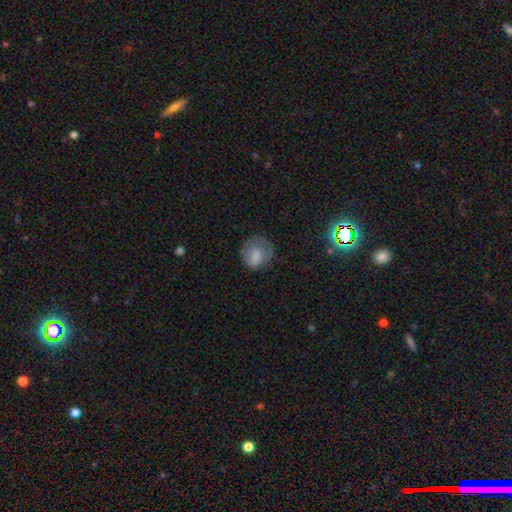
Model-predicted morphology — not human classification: smooth-or-featured: smooth: 75% | featured or disk: 16% | star or artifact: 9%
  how-rounded: round: 77% | in between: 22% | cigar-shaped: 1%
  merging: none: 54% | minor disturbance: 26% | major disturbance: 19% | merger: 2%